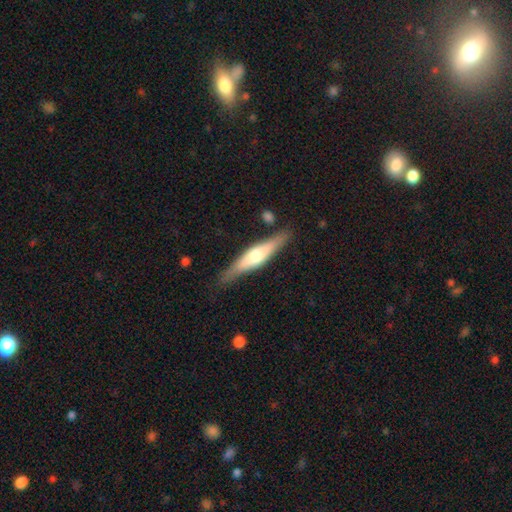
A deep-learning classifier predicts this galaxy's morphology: featured or disk 59%, smooth 36%, star or artifact 5%. Down the decision tree: edge-on disk — yes (94%); edge-on bulge — rounded (81%); merging — none (83%).